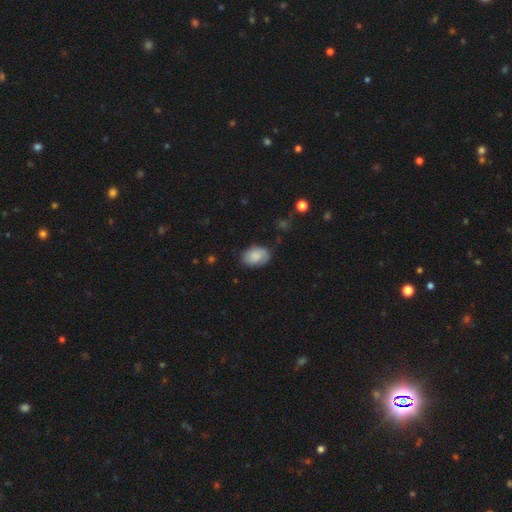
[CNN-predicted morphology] smooth-or-featured: smooth: 71% | featured or disk: 22% | star or artifact: 7%
  how-rounded: in between: 82% | round: 17% | cigar-shaped: 1%
  merging: none: 72% | minor disturbance: 21% | major disturbance: 6% | merger: 1%